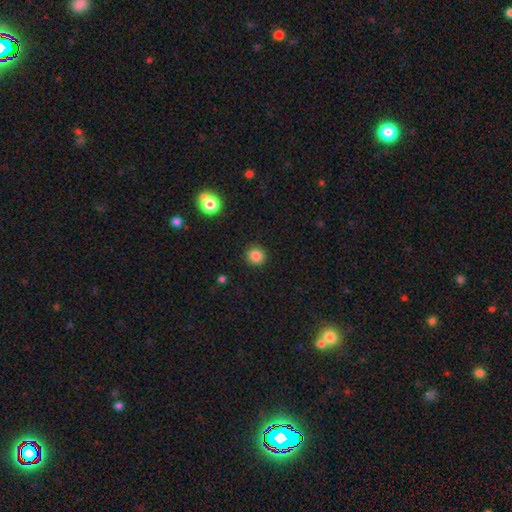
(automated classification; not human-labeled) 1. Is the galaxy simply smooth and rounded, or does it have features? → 85% smooth, 11% star or artifact, 4% featured or disk.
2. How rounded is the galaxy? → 93% round, 6% in between, 1% cigar-shaped.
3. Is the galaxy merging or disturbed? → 91% none, 5% minor disturbance, 2% major disturbance, 1% merger.